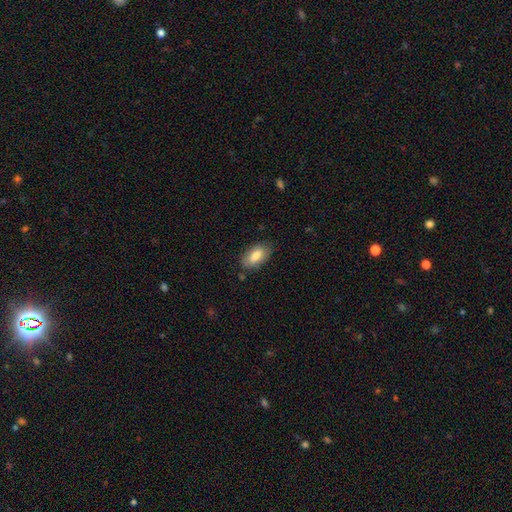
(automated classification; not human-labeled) This is clearly a smooth galaxy (81%). How rounded: clearly in between (93%). Merging: likely none (79%).